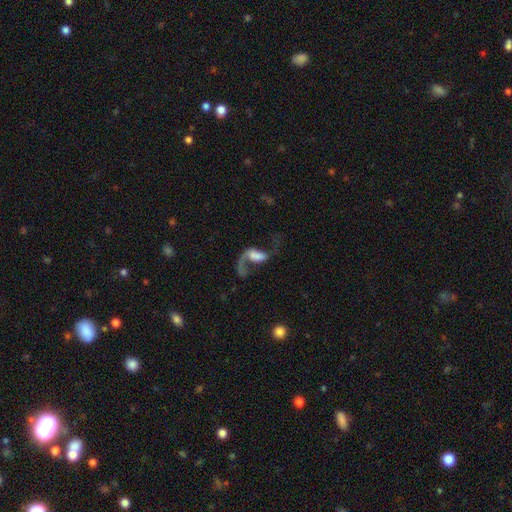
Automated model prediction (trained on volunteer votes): Overall: featured or disk (73%). Edge-on disk: no (96%). Bar: no (41%; weak 35%). Spiral arms: yes (89%). Spiral arm count: 2 (62%; 1 34%). Spiral winding: loose (85%). Bulge size: none (34%; large 22%). Merging: major disturbance (39%; none 38%).